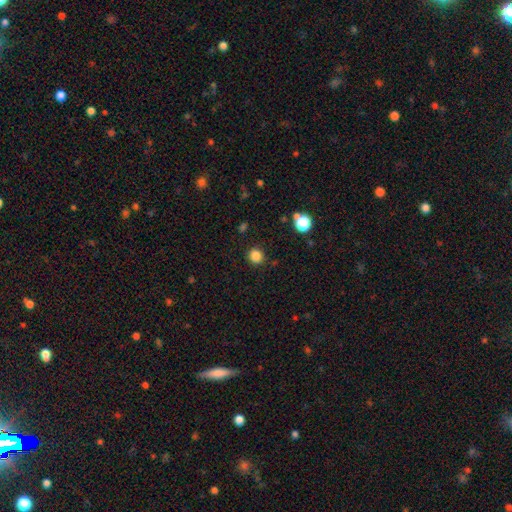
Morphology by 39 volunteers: smooth-or-featured: smooth: 90% | featured or disk: 5% | star or artifact: 5%
  how-rounded: round: 86% | in between: 14% | cigar-shaped: 0%
  merging: none: 95% | minor disturbance: 3% | major disturbance: 3% | merger: 0%